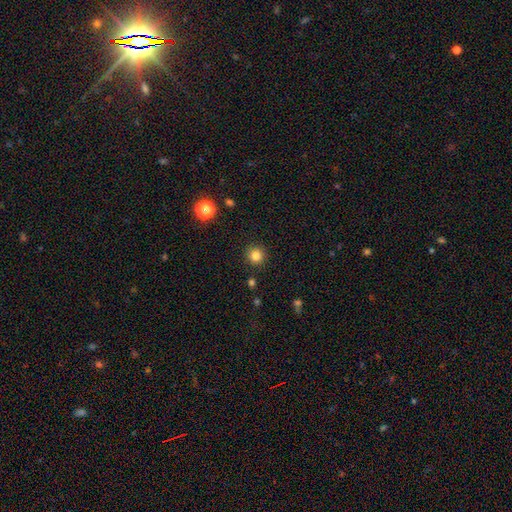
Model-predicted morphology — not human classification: Smooth or featured? smooth (82%)
How rounded? round (95%)
Merging? none (91%)